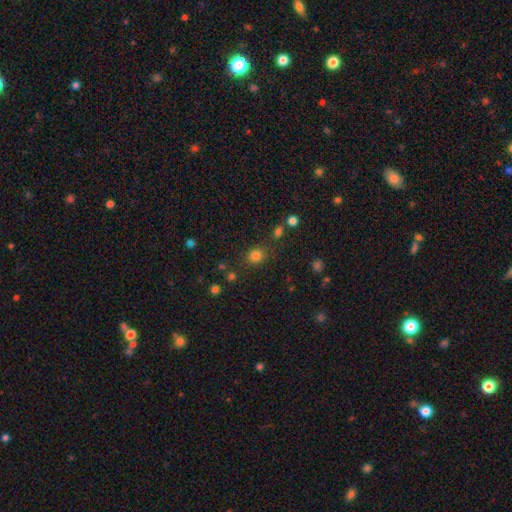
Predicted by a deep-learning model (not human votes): The model was most divided on "how rounded": round: 74%, in between: 25%, cigar-shaped: 1%. More confident: merging — none (80%); smooth or featured — smooth (79%).